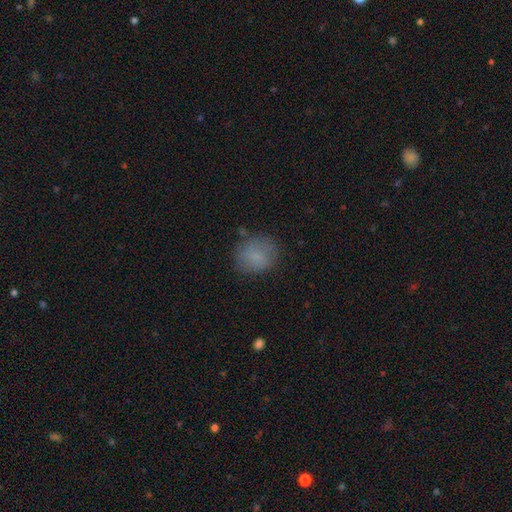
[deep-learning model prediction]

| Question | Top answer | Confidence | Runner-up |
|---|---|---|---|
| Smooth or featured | smooth | 79% | featured or disk (11%) |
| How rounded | round | 71% | in between (28%) |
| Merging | none | 73% | minor disturbance (19%) |